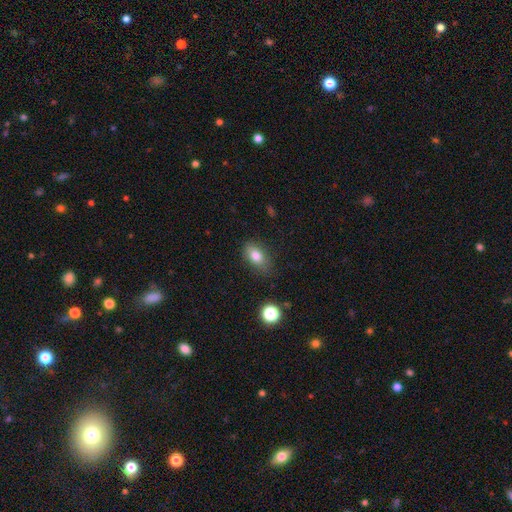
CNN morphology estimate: This is likely a smooth galaxy (79%). How rounded: clearly in between (83%). Merging: likely none (78%).